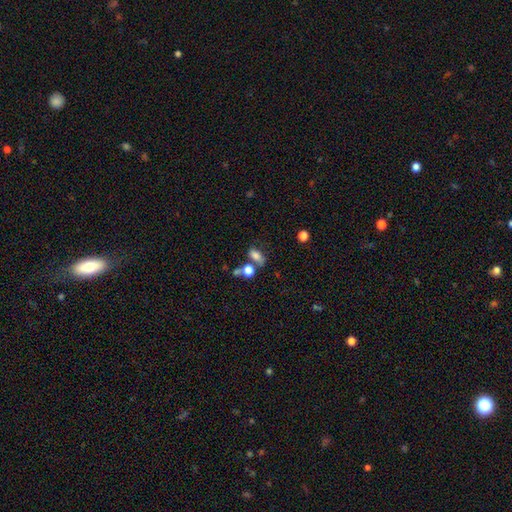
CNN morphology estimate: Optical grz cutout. It shows a smooth galaxy with no disk features (75%) that is in between round and cigar-shaped (80%). Merging: none (48%).